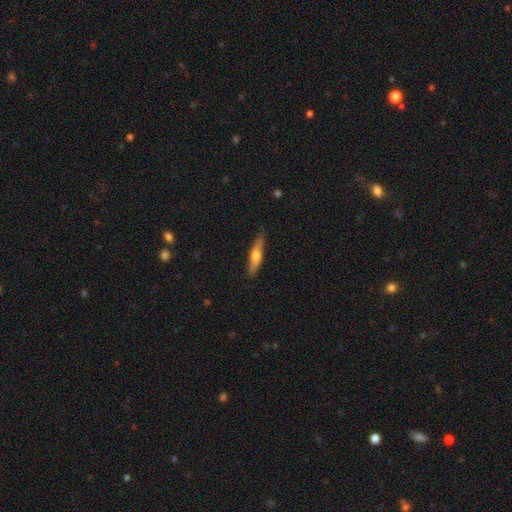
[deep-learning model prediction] The model was most divided on "smooth or featured": smooth: 55%, featured or disk: 39%, star or artifact: 5%. More confident: merging — none (85%); how rounded — cigar-shaped (79%).